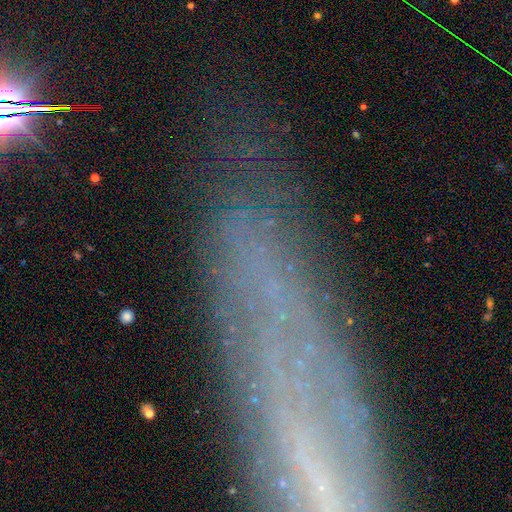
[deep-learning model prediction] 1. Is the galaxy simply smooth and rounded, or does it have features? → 45% featured or disk, 30% star or artifact, 25% smooth.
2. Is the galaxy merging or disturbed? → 69% none, 17% minor disturbance, 9% major disturbance, 5% merger.